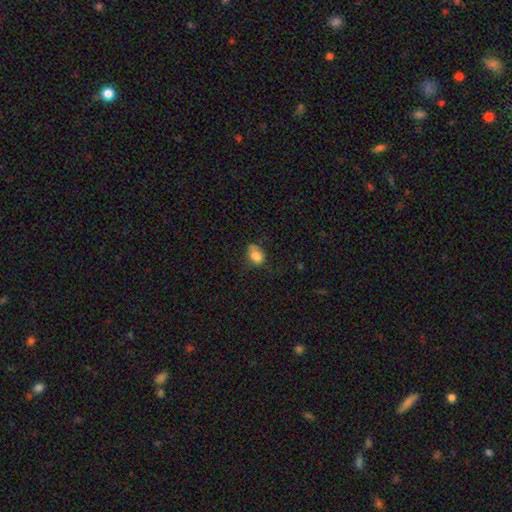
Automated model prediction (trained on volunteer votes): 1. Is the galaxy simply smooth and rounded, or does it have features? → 83% smooth, 10% star or artifact, 8% featured or disk.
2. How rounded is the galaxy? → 75% in between, 24% round, 1% cigar-shaped.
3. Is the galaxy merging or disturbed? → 52% none, 34% minor disturbance, 12% major disturbance, 3% merger.